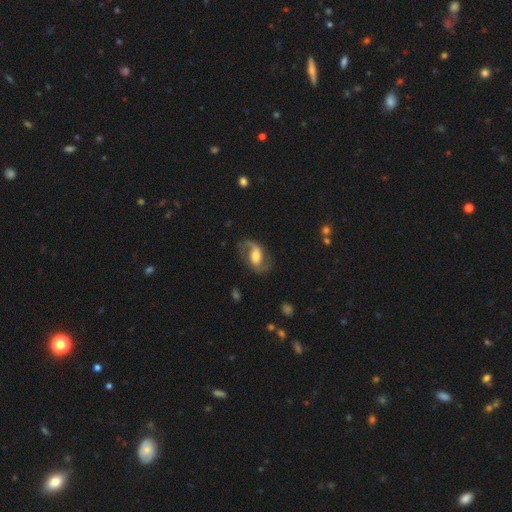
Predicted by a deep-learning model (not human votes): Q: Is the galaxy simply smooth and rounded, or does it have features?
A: featured or disk — 81%.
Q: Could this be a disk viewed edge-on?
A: no — 97%.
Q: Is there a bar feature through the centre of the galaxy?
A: weak — 43%.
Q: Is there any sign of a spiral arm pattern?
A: yes — 94%.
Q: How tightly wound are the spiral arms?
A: loose — 54%.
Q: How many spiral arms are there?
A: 2 — 85%.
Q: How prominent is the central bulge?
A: moderate — 52%.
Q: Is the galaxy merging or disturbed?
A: none — 69%.